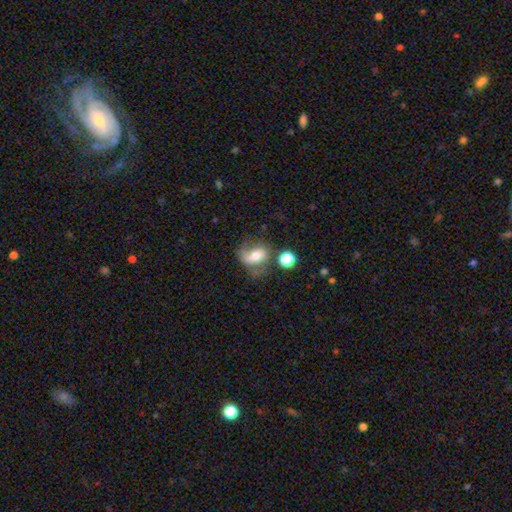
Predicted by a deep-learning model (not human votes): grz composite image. It shows a featured or disk galaxy (46%). Merging: none (43%).